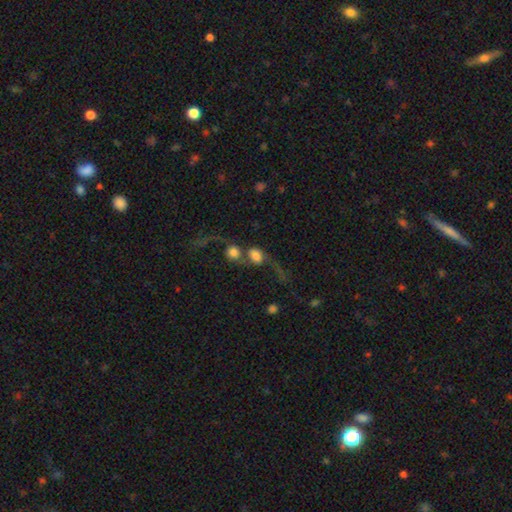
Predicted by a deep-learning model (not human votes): The model was most divided on "how rounded": round: 53%, in between: 44%, cigar-shaped: 3%. More confident: merging — merger (72%); smooth or featured — smooth (58%).